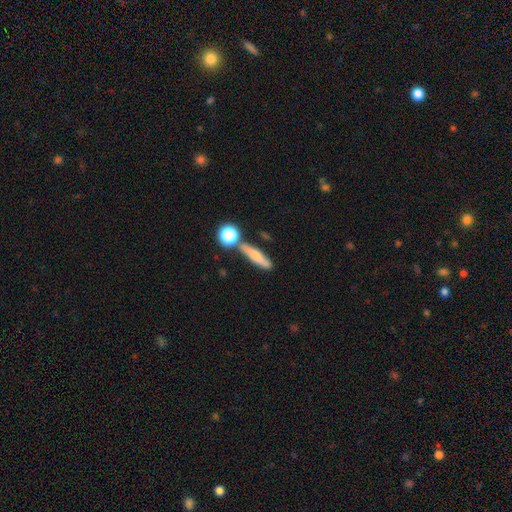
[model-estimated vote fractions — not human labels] Morphology: type=smooth (67%); roundness=cigar-shaped (69%); merging=none (72%).